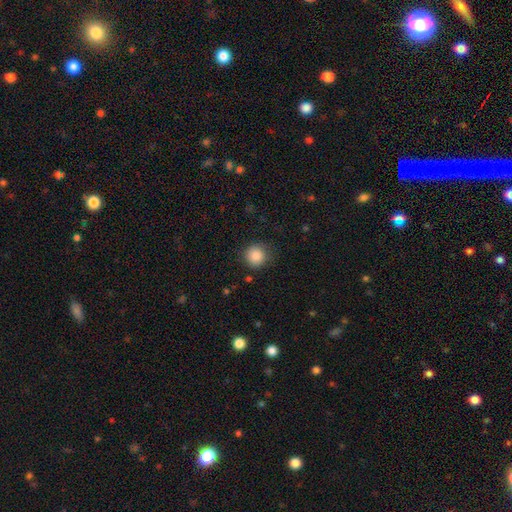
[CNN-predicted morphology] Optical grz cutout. It shows a smooth galaxy with no disk features (86%) that is round (93%). Merging: none (84%).